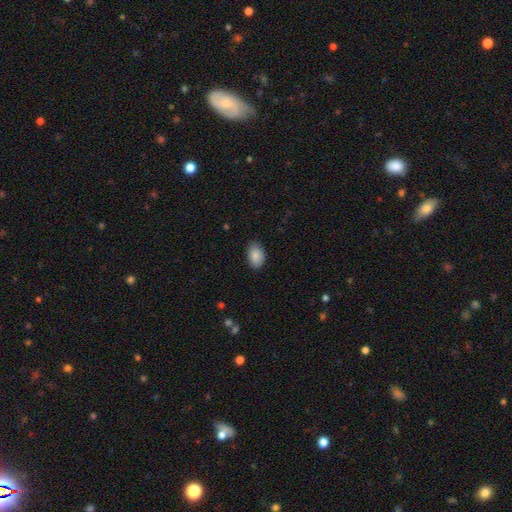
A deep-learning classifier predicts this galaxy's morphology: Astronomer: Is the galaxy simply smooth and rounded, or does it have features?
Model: smooth — 88%.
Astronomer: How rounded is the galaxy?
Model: in between — 89%.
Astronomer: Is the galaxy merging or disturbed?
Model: none — 85%.